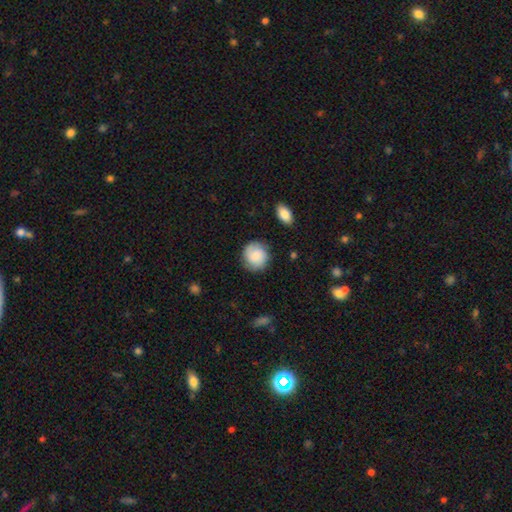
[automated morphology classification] Q: Smooth or featured?
A: smooth (73%); runner-up: featured or disk (20%)
Q: How rounded?
A: round (86%); runner-up: in between (13%)
Q: Merging?
A: none (81%); runner-up: minor disturbance (14%)